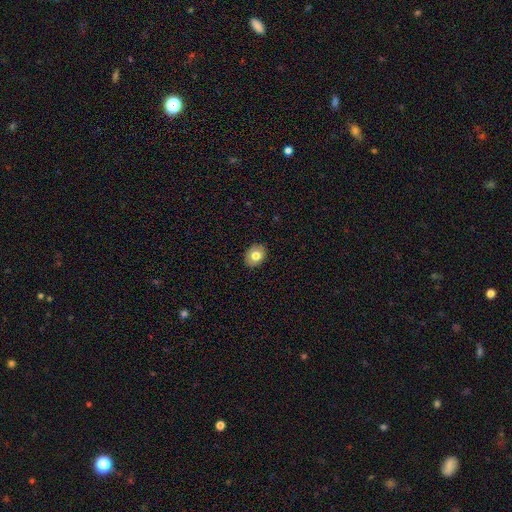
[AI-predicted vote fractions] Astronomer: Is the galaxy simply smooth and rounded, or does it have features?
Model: smooth — 77%.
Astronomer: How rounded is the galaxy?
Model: in between — 57% (runner-up: round, 42%).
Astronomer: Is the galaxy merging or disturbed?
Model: none — 88%.